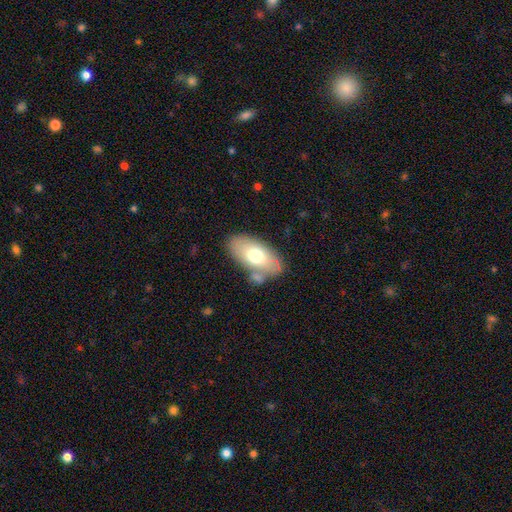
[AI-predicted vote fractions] Smooth or featured?
  - smooth: 67% *
  - featured or disk: 25%
  - star or artifact: 7%
How rounded?
  - in between: 92% *
  - round: 5%
  - cigar-shaped: 4%
Merging?
  - none: 69% *
  - minor disturbance: 16%
  - merger: 10%
  - major disturbance: 5%